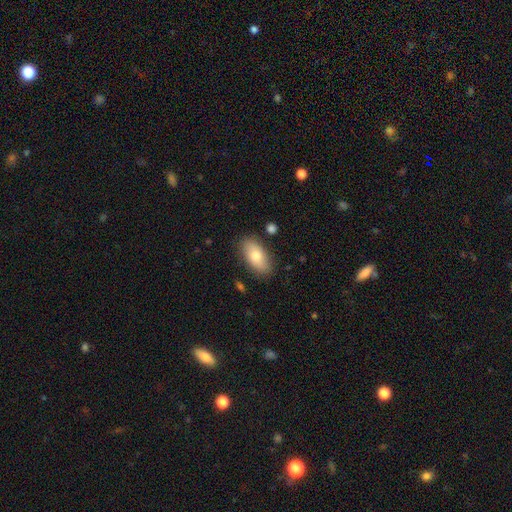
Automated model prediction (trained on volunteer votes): Overall: smooth (77%). How rounded: in between (91%). Merging: none (84%).